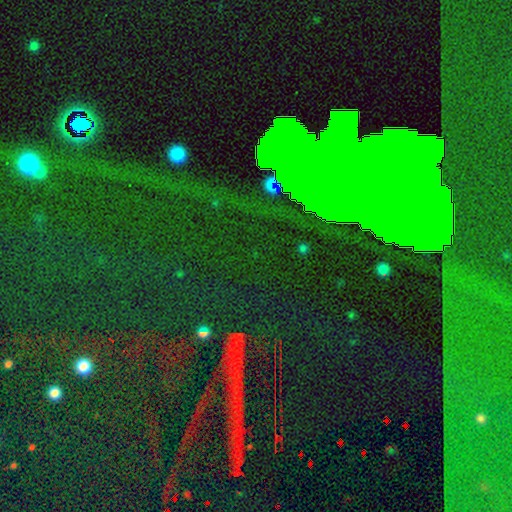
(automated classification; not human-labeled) Smooth or featured?
  - star or artifact: 80% *
  - featured or disk: 11%
  - smooth: 9%